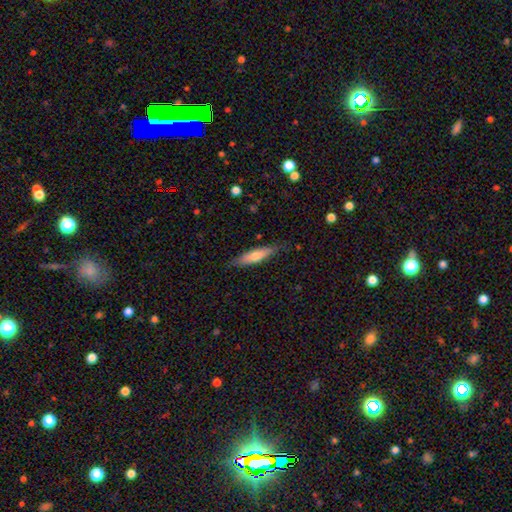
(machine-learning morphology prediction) smooth-or-featured: smooth: 60% | featured or disk: 34% | star or artifact: 6%
  how-rounded: cigar-shaped: 76% | in between: 23% | round: 2%
  merging: none: 82% | minor disturbance: 14% | major disturbance: 3% | merger: 1%